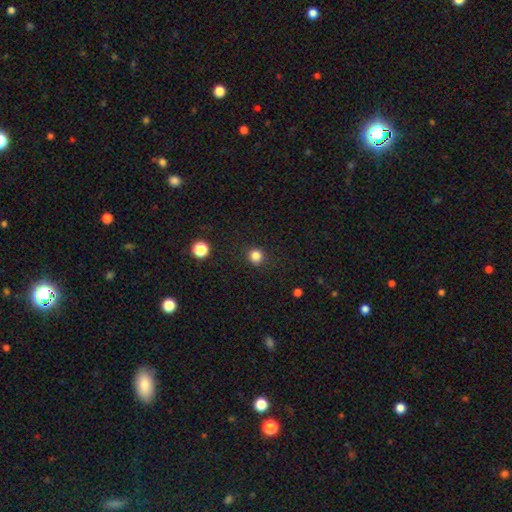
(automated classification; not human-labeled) A smooth galaxy with no disk features (83%) that is round (89%). Merging: none (87%).